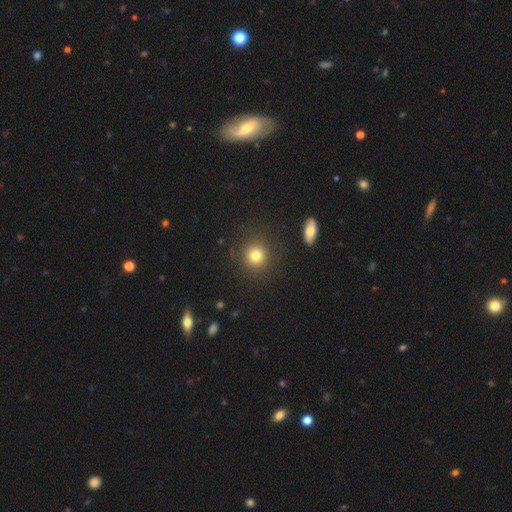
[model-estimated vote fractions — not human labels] This appears to be a smooth galaxy with no disk features (80%) that is round (91%). Merging: none (88%).